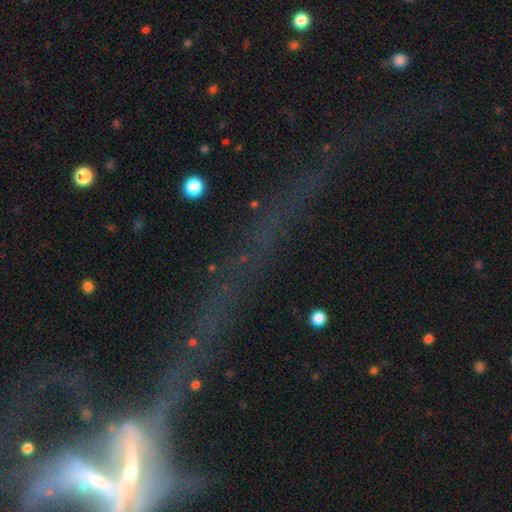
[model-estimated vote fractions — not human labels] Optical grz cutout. It shows a star or artifact, not a galaxy (51%).